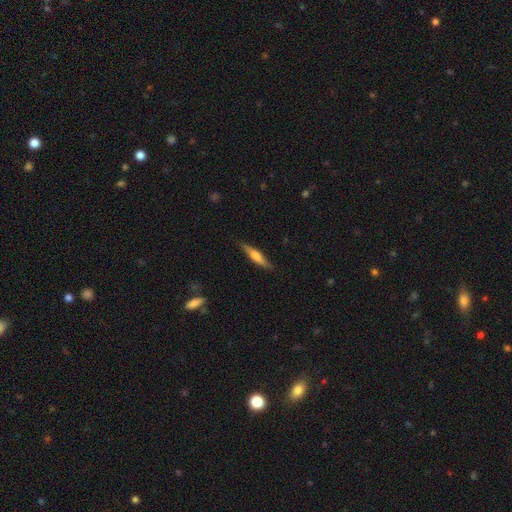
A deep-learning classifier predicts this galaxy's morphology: featured or disk 49%, smooth 45%, star or artifact 6%. Down the decision tree: merging — none (85%).